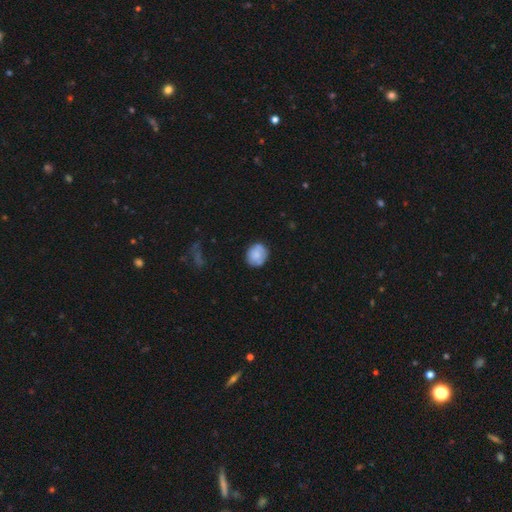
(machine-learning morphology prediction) smooth 79%, featured or disk 14%, star or artifact 7%. Down the decision tree: how rounded — round (70%); merging — none (75%).